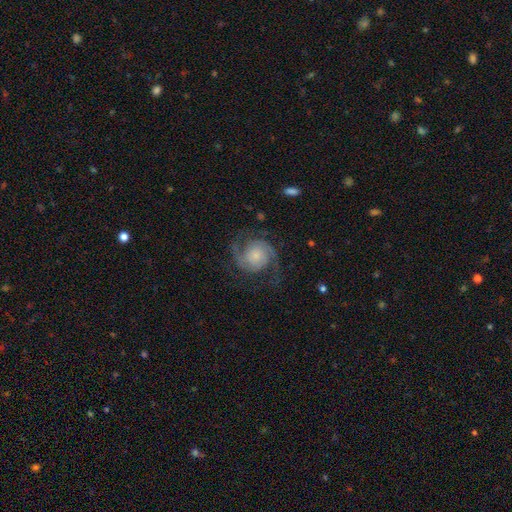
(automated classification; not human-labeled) This is clearly a featured or disk galaxy (88%). It is clearly not viewed edge-on (98%). Bar: likely no (73%). Spiral arm pattern: clearly yes (98%). Spiral arm count: clearly 2 (92%). Spiral winding: possibly medium (55%). Central bulge: marginally small (44%). Merging: likely none (77%).